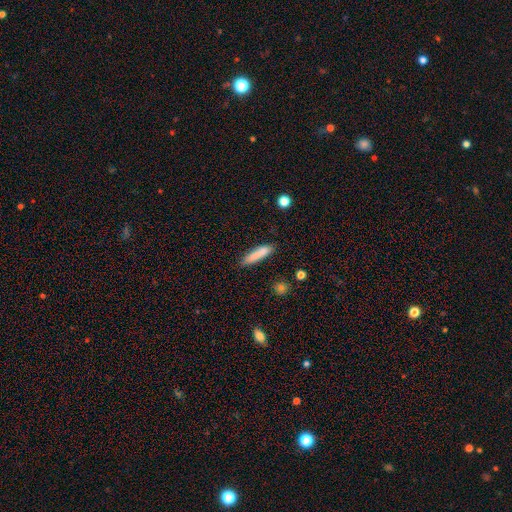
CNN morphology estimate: A smooth galaxy with no disk features (82%) that is cigar-shaped (82%).

Vote fractions:
- Smooth or featured? smooth: 82% / featured or disk: 11% / star or artifact: 7%
- How rounded? cigar-shaped: 82% / in between: 16% / round: 2%
- Merging? none: 80% / minor disturbance: 14% / merger: 4% / major disturbance: 3%